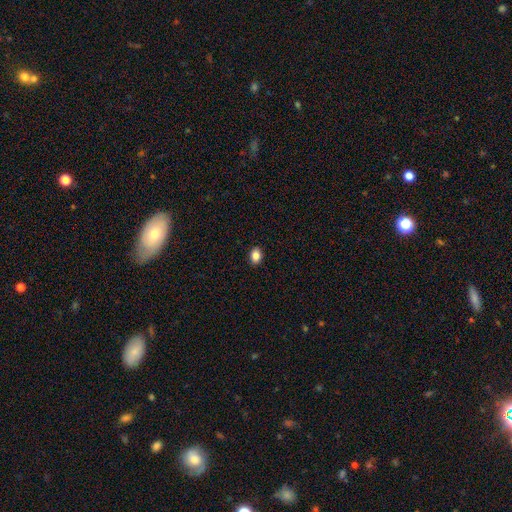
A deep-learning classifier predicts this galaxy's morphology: Smooth or featured? smooth (86%)
How rounded? in between (69%)
Merging? none (90%)